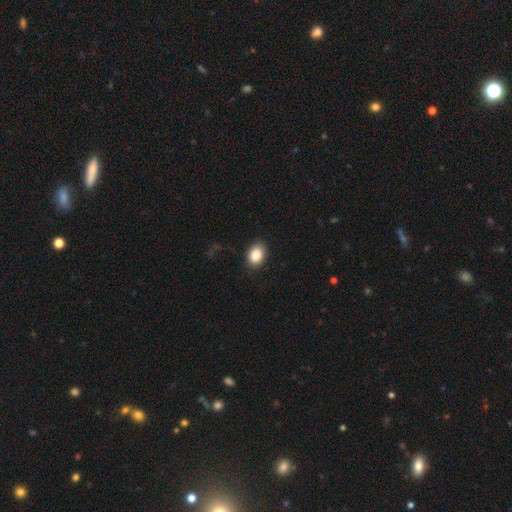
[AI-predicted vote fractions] smooth_or_featured: smooth (p=0.88) [alt: star or artifact p=0.07]
how_rounded: in between (p=0.74) [alt: round p=0.25]
merging: none (p=0.85) [alt: minor disturbance p=0.11]